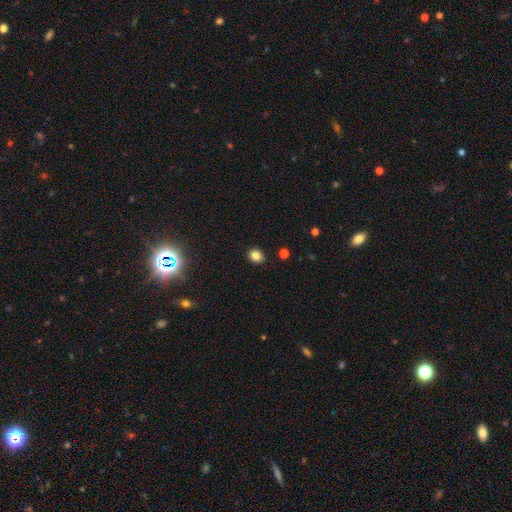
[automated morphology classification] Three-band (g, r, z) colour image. It shows a smooth galaxy with no disk features (84%) that is round (57%). Merging: none (89%).